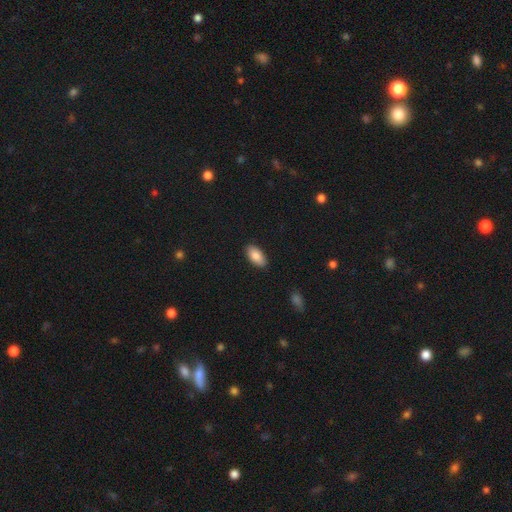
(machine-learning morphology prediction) Smooth or featured?
  - smooth: 86% *
  - featured or disk: 8%
  - star or artifact: 6%
How rounded?
  - in between: 93% *
  - cigar-shaped: 5%
  - round: 2%
Merging?
  - none: 88% *
  - minor disturbance: 9%
  - major disturbance: 2%
  - merger: 1%